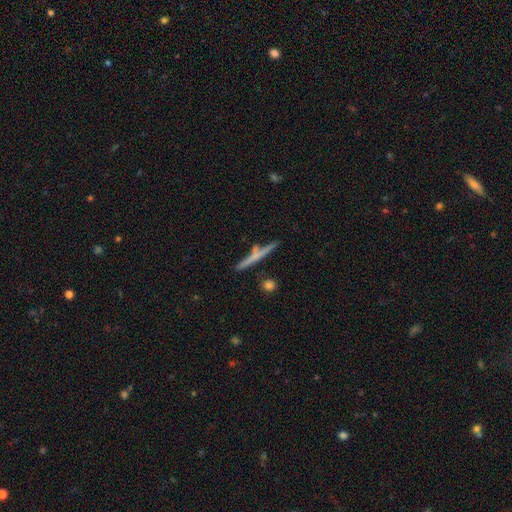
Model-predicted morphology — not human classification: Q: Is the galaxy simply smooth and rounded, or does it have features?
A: featured or disk — 49%.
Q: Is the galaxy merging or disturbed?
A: none — 79%.